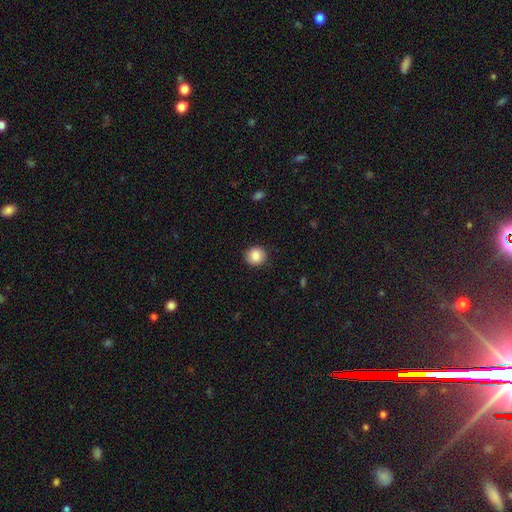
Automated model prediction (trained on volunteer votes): Morphology: type=smooth (87%); roundness=round (88%); merging=none (90%).